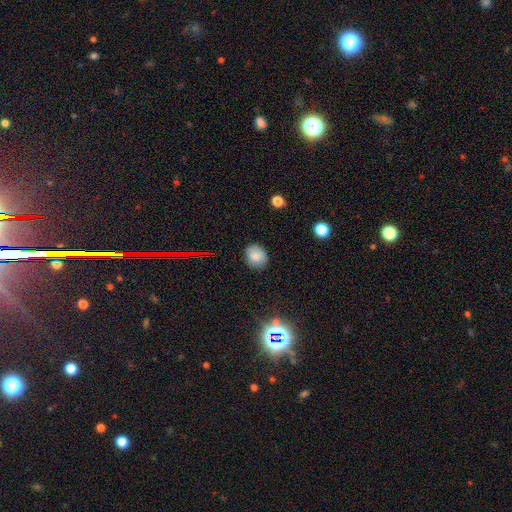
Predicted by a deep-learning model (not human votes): smooth 81%, star or artifact 11%, featured or disk 7%. Down the decision tree: how rounded — round (62%); merging — none (85%).